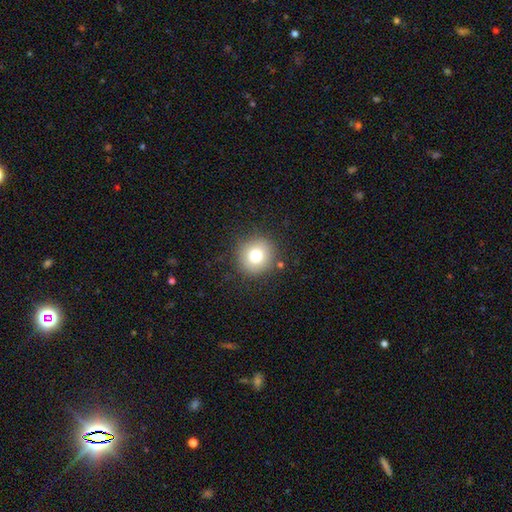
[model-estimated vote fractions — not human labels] Smooth or featured: smooth — 75% (star or artifact — 13%)
How rounded: round — 92% (in between — 7%)
Merging: none — 87% (minor disturbance — 8%)